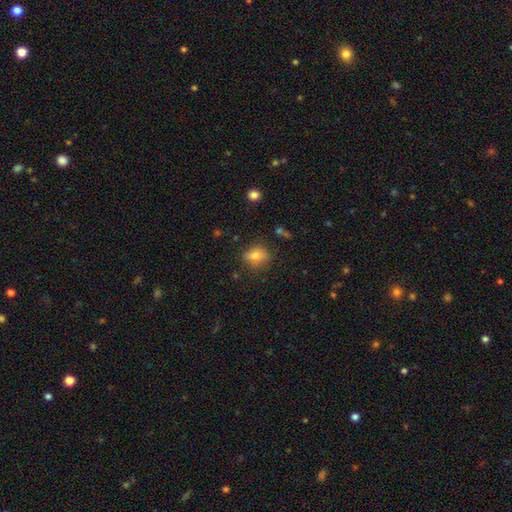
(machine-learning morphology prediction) This appears to be a smooth galaxy with no disk features (76%) that is round (52%). Merging: none (76%).